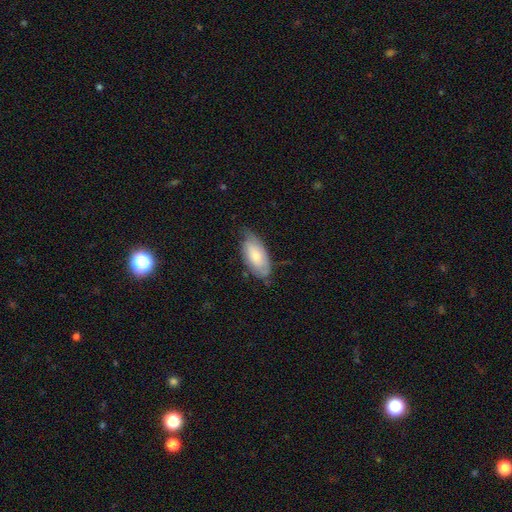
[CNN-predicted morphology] This appears to be a smooth galaxy with no disk features (60%) that is in between round and cigar-shaped (92%). Merging: none (60%).